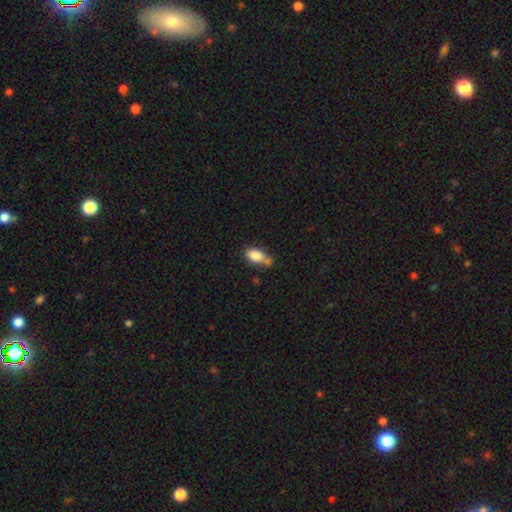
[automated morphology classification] A smooth galaxy with no disk features (83%) that is in between round and cigar-shaped (87%).

Vote fractions:
- Smooth or featured? smooth: 83% / featured or disk: 9% / star or artifact: 8%
- How rounded? in between: 87% / round: 9% / cigar-shaped: 4%
- Merging? none: 45% / merger: 26% / minor disturbance: 22% / major disturbance: 7%